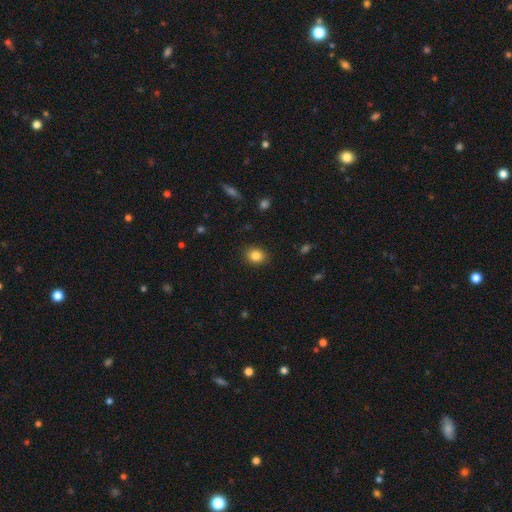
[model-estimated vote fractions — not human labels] A smooth galaxy with no disk features (84%) that is round (51%). Merging: none (88%).